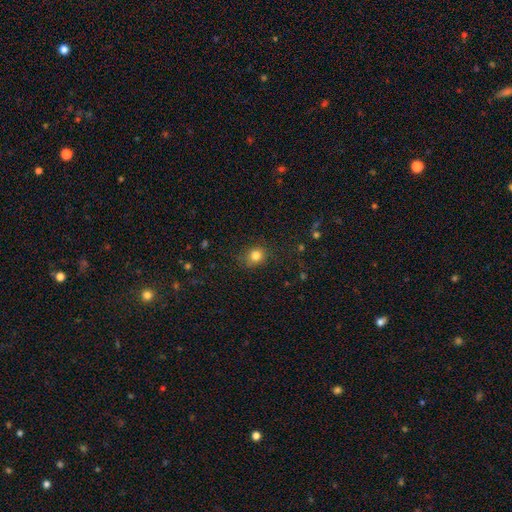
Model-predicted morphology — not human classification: This appears to be a smooth galaxy with no disk features (82%) that is round (77%). Merging: none (81%).